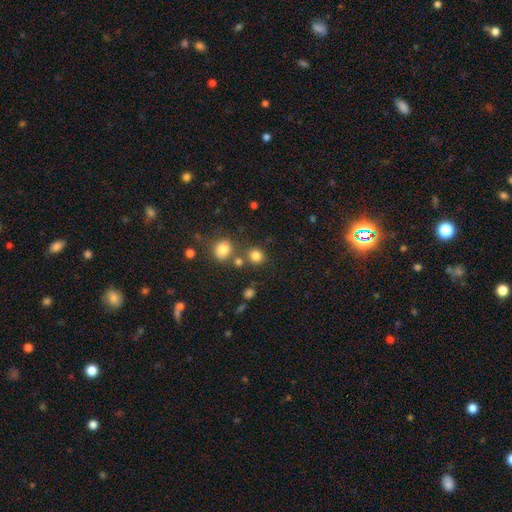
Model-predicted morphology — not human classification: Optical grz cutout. It shows a smooth galaxy with no disk features (80%) that is round (85%). Merging: none (71%).